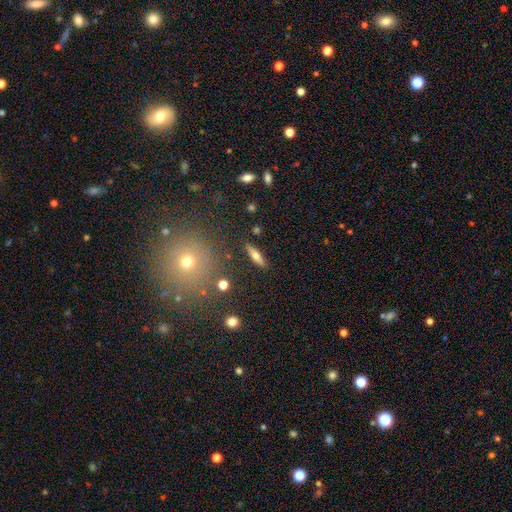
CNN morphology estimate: A smooth galaxy with no disk features (58%) that is cigar-shaped (64%).

Vote fractions:
- Smooth or featured? smooth: 58% / featured or disk: 34% / star or artifact: 8%
- How rounded? cigar-shaped: 64% / in between: 32% / round: 4%
- Merging? none: 87% / minor disturbance: 8% / merger: 3% / major disturbance: 3%